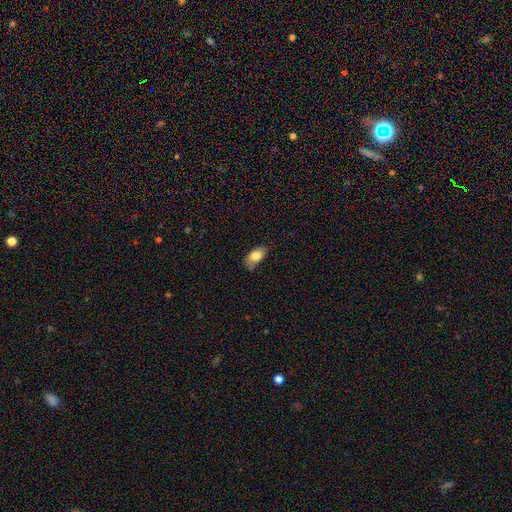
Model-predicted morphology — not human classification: smooth_or_featured: smooth (p=0.82) [alt: featured or disk p=0.11]
how_rounded: in between (p=0.90) [alt: round p=0.06]
merging: none (p=0.64) [alt: minor disturbance p=0.28]